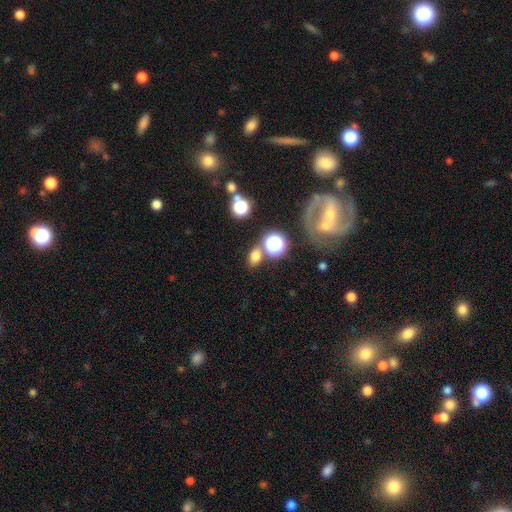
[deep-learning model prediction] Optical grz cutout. It shows a smooth galaxy with no disk features (72%) that is in between round and cigar-shaped (64%). Merging: none (71%).